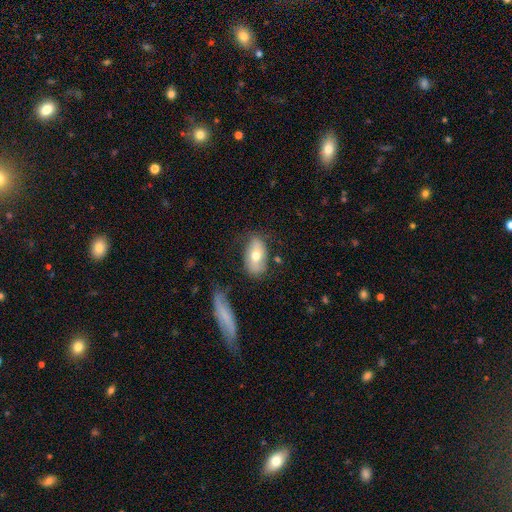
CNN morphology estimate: Overall: smooth (61%; featured or disk 32%). How rounded: in between (90%). Merging: none (68%).